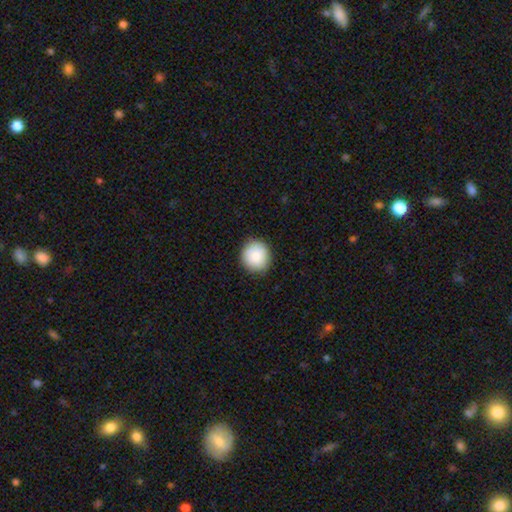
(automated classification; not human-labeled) Smooth or featured? smooth (87%)
How rounded? round (90%)
Merging? none (90%)